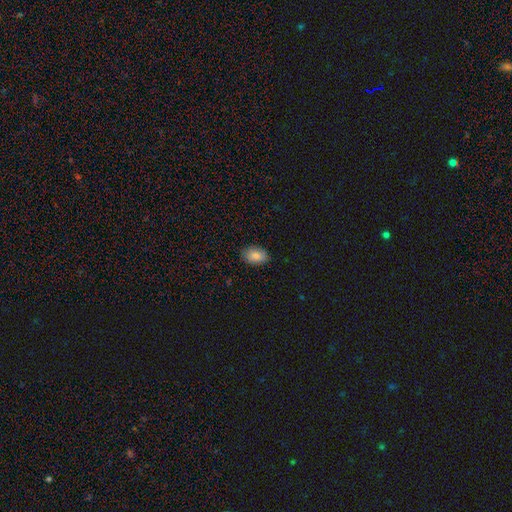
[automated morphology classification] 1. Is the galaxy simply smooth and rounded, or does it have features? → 83% smooth, 9% featured or disk, 8% star or artifact.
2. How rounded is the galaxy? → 84% in between, 15% round, 1% cigar-shaped.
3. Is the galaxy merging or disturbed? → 84% none, 12% minor disturbance, 2% major disturbance, 1% merger.